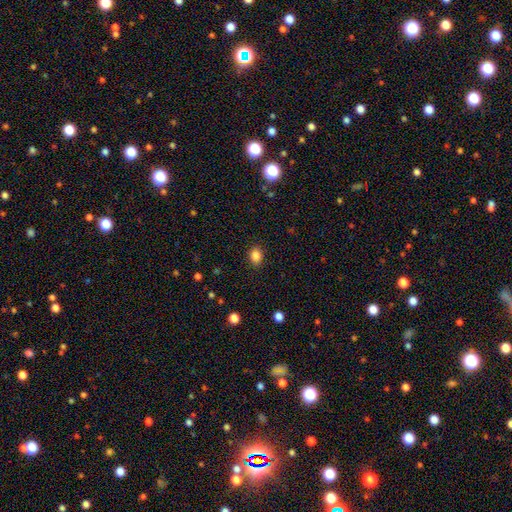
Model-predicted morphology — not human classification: This is clearly a smooth galaxy (85%). How rounded: likely in between (64%). Merging: clearly none (88%).